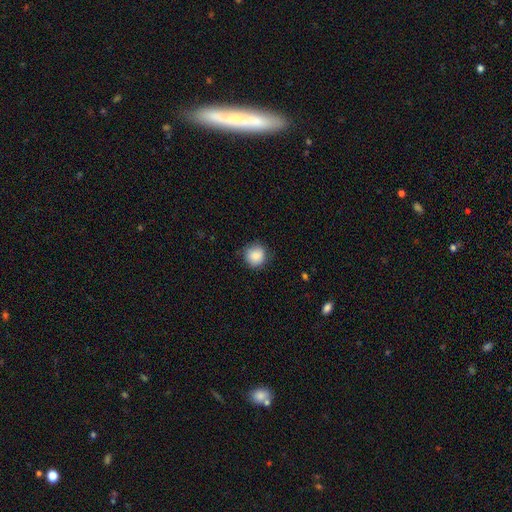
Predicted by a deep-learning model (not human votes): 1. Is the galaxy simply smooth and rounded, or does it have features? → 87% smooth, 8% star or artifact, 4% featured or disk.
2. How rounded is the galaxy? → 91% round, 8% in between, 1% cigar-shaped.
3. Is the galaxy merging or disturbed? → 83% none, 13% minor disturbance, 3% major disturbance, 1% merger.